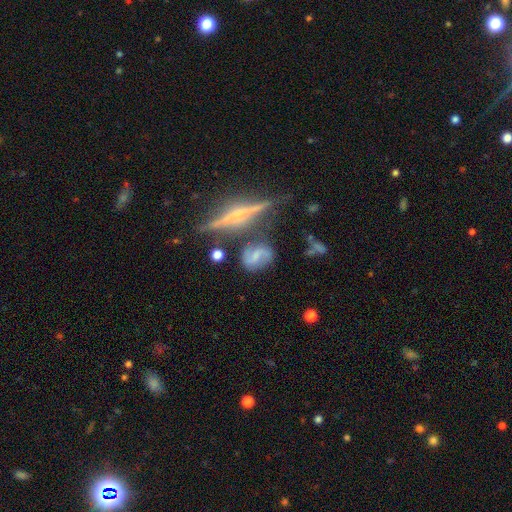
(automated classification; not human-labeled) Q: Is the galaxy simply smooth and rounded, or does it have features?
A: featured or disk — 60%.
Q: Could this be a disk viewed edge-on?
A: no — 86%.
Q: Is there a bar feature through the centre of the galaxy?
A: weak — 40%.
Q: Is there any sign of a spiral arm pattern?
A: yes — 82%.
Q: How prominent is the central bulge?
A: small — 37%.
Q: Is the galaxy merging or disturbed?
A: none — 64%.